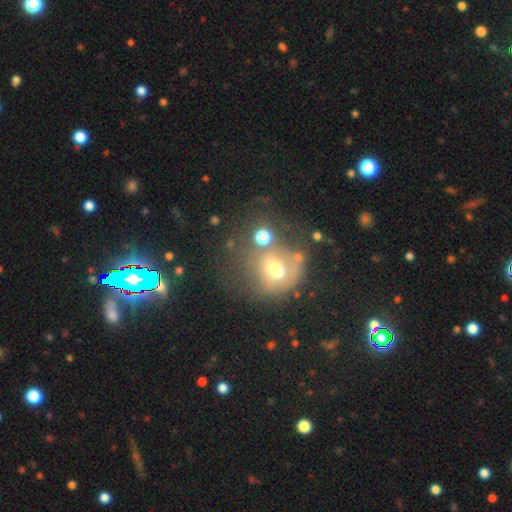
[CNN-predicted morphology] This appears to be a smooth galaxy with no disk features (39%). Merging: none (43%).